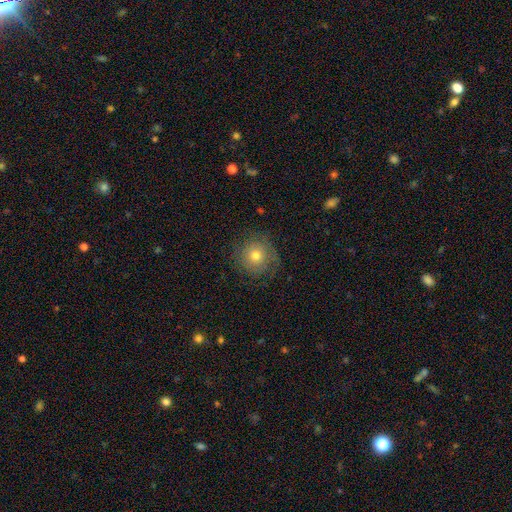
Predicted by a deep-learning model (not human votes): Smooth or featured? smooth (66%)
How rounded? round (91%)
Merging? none (79%)